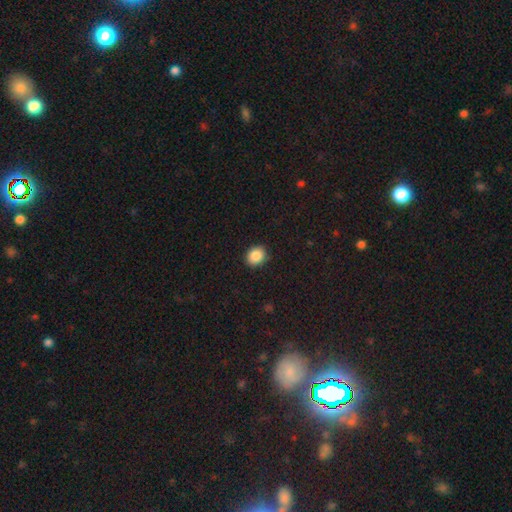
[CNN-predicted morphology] Smooth or featured: smooth — 87% (star or artifact — 9%)
How rounded: round — 58% (in between — 41%)
Merging: none — 89% (minor disturbance — 8%)